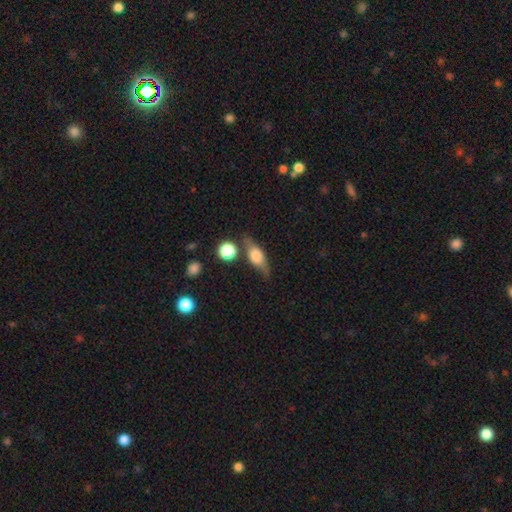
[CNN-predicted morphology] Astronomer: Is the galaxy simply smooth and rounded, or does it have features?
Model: smooth — 49% (runner-up: featured or disk, 43%).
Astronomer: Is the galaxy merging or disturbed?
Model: none — 69%.